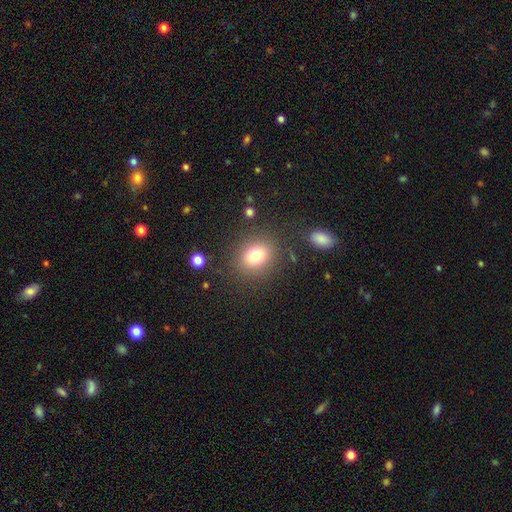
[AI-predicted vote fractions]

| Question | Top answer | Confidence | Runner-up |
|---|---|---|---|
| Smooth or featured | smooth | 77% | star or artifact (13%) |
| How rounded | round | 57% | in between (42%) |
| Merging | none | 83% | minor disturbance (10%) |